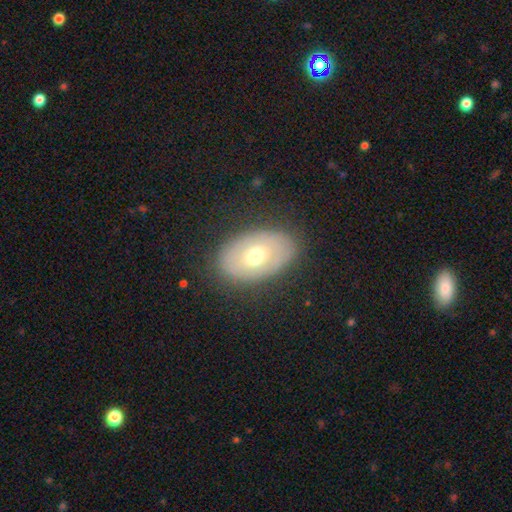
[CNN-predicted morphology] The model was most divided on "smooth or featured": smooth: 52%, featured or disk: 40%, star or artifact: 8%. More confident: how rounded — in between (87%); merging — none (82%).